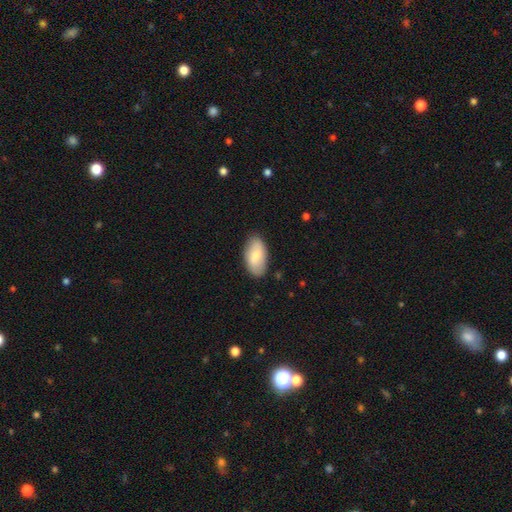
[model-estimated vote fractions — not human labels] Morphology: type=smooth (73%); roundness=in between (95%); merging=none (84%).